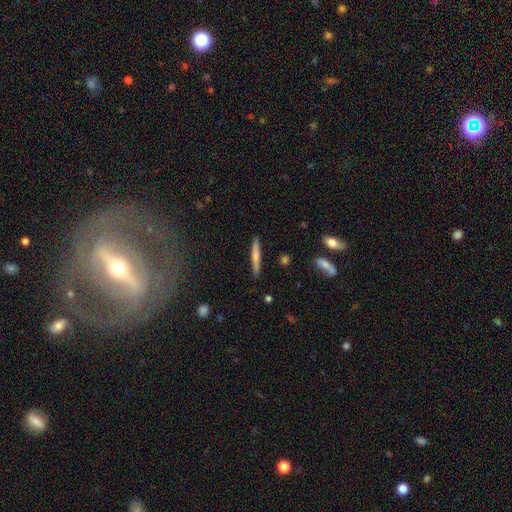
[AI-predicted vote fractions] Smooth or featured?
  - smooth: 60% *
  - featured or disk: 34%
  - star or artifact: 6%
How rounded?
  - cigar-shaped: 95% *
  - in between: 4%
  - round: 1%
Merging?
  - none: 90% *
  - minor disturbance: 7%
  - major disturbance: 2%
  - merger: 1%